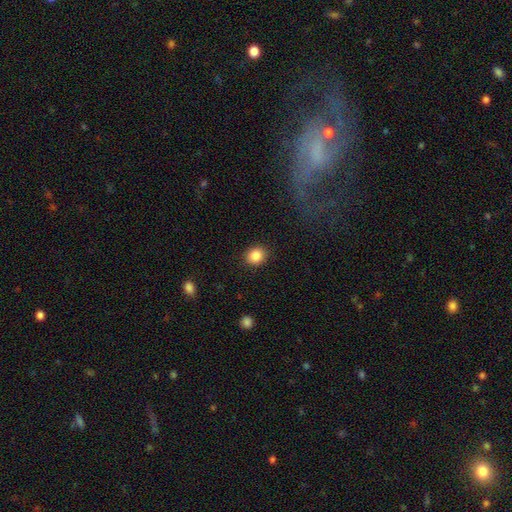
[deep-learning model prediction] smooth_or_featured: smooth (p=0.86) [alt: star or artifact p=0.09]
how_rounded: round (p=0.71) [alt: in between p=0.28]
merging: none (p=0.89) [alt: minor disturbance p=0.08]